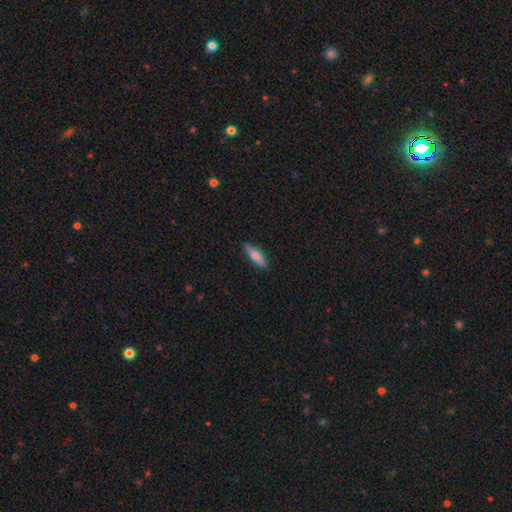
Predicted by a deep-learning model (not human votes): Morphology: type=smooth (74%); roundness=cigar-shaped (61%); merging=none (86%).